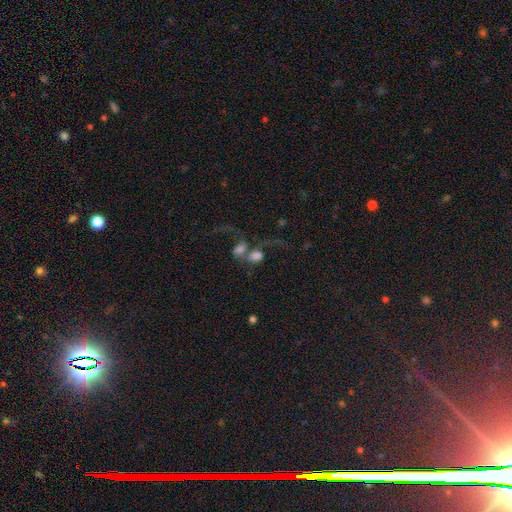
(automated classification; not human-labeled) smooth-or-featured: smooth: 57% | featured or disk: 29% | star or artifact: 14%
  how-rounded: in between: 69% | round: 28% | cigar-shaped: 3%
  merging: merger: 70% | major disturbance: 13% | none: 12% | minor disturbance: 5%